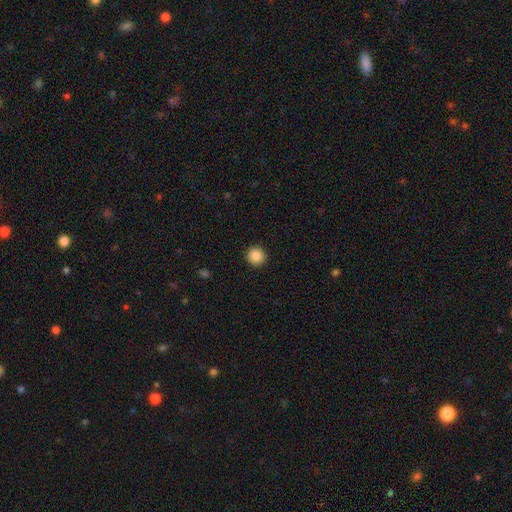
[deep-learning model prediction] The model was most divided on "smooth or featured": smooth: 87%, star or artifact: 9%, featured or disk: 3%. More confident: how rounded — round (95%); merging — none (93%).